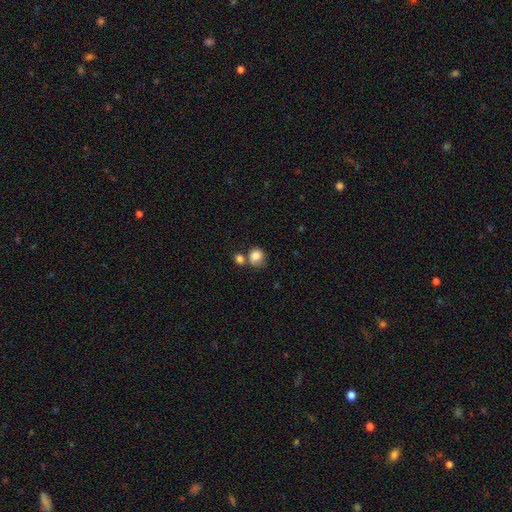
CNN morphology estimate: Overall: smooth (84%). How rounded: round (77%). Merging: none (48%; merger 33%).